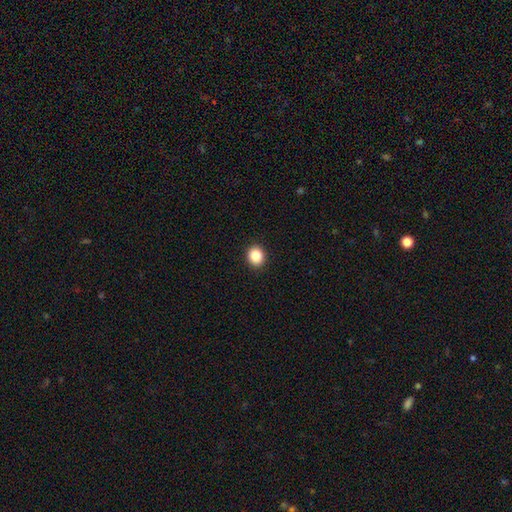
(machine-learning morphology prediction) Smooth or featured? smooth (88%)
How rounded? round (74%)
Merging? none (92%)